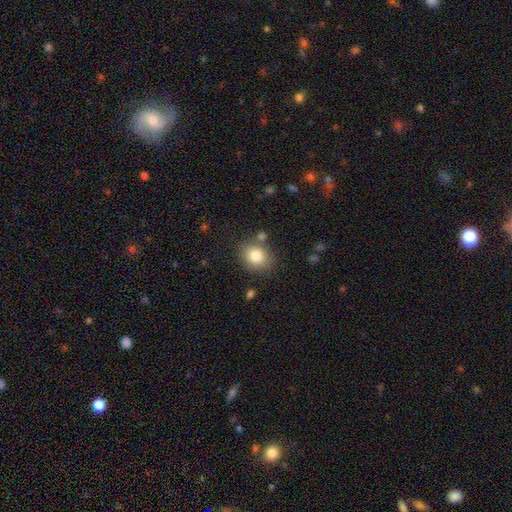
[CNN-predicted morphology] smooth_or_featured: smooth (p=0.82) [alt: star or artifact p=0.09]
how_rounded: round (p=0.58) [alt: in between p=0.41]
merging: none (p=0.76) [alt: minor disturbance p=0.13]